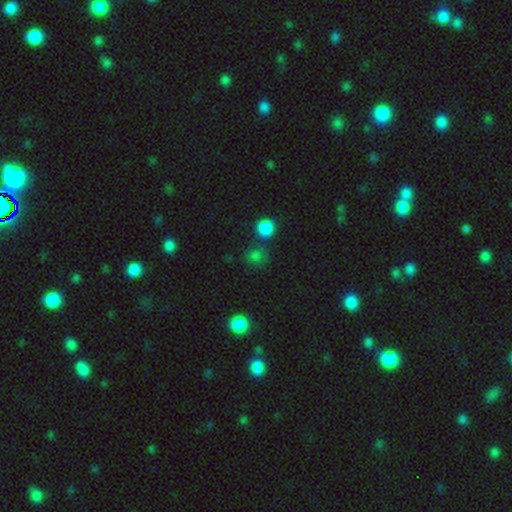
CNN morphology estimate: Smooth or featured? Predicted: smooth (p=0.73). How rounded? Predicted: round (p=0.82). Merging? Predicted: none (p=0.69).